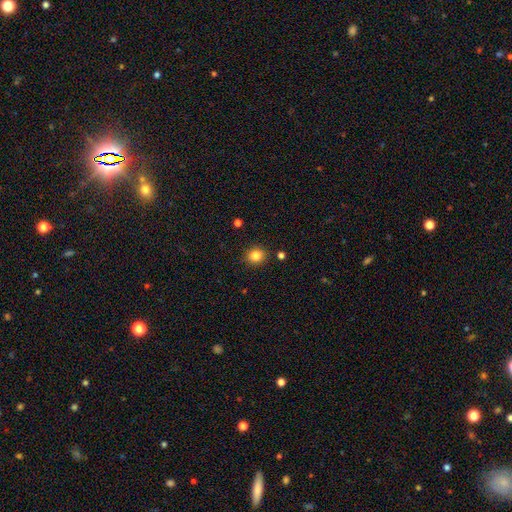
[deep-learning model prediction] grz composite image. It shows a smooth galaxy with no disk features (83%) that is round (82%). Merging: none (89%).